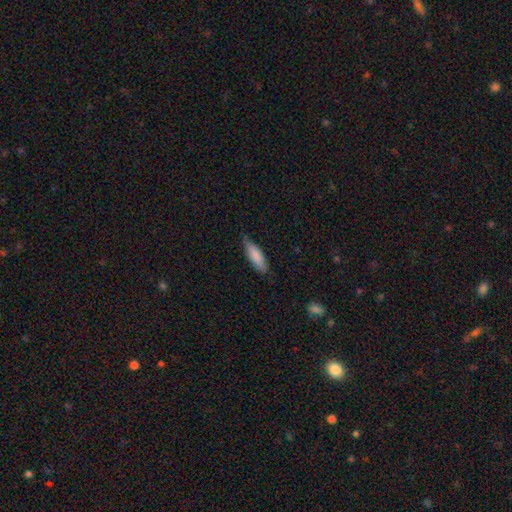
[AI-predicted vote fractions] smooth 84%, featured or disk 11%, star or artifact 5%. Down the decision tree: how rounded — in between (55%); merging — none (69%).